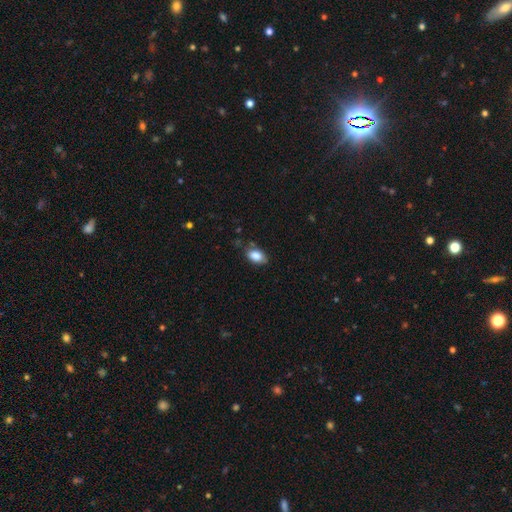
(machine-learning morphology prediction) smooth_or_featured: smooth (p=0.85) [alt: star or artifact p=0.08]
how_rounded: in between (p=0.90) [alt: round p=0.08]
merging: none (p=0.73) [alt: minor disturbance p=0.20]